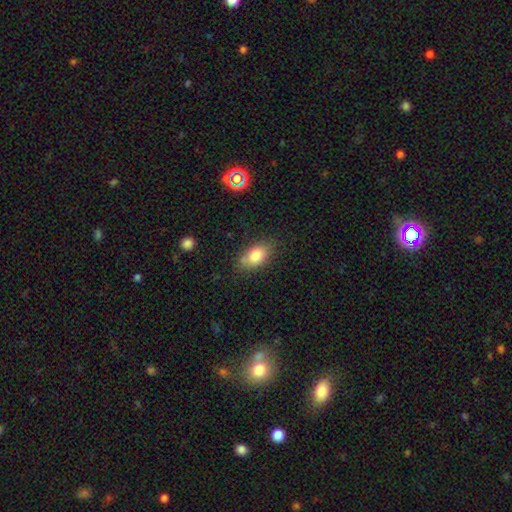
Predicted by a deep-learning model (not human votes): smooth_or_featured: smooth (p=0.81) [alt: featured or disk p=0.11]
how_rounded: in between (p=0.88) [alt: round p=0.08]
merging: none (p=0.76) [alt: minor disturbance p=0.17]